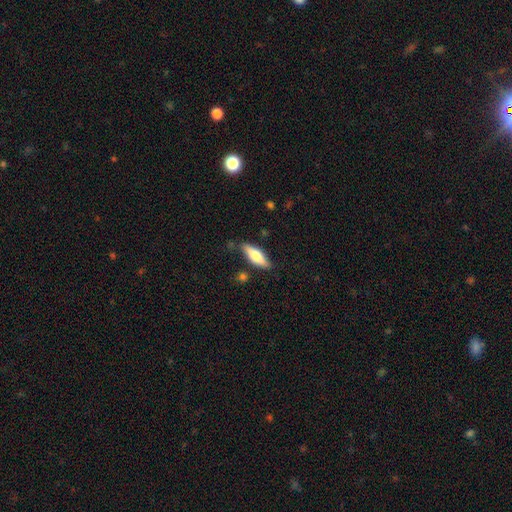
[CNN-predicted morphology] smooth-or-featured: smooth: 65% | featured or disk: 29% | star or artifact: 6%
  how-rounded: in between: 54% | cigar-shaped: 43% | round: 2%
  merging: none: 77% | minor disturbance: 16% | major disturbance: 4% | merger: 3%